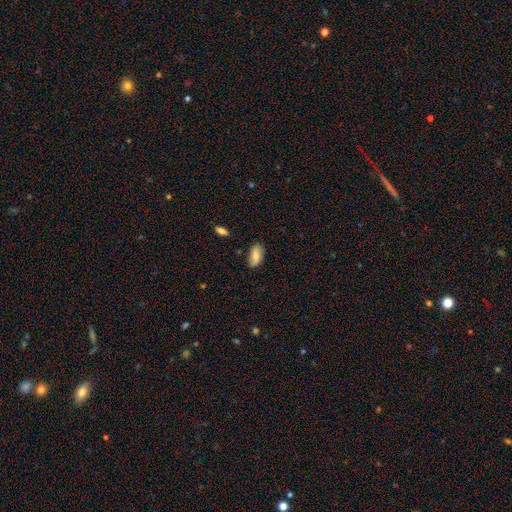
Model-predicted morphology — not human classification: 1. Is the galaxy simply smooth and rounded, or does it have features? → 73% smooth, 20% featured or disk, 7% star or artifact.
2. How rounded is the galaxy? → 91% in between, 5% cigar-shaped, 3% round.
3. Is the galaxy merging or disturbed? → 79% none, 16% minor disturbance, 3% major disturbance, 2% merger.